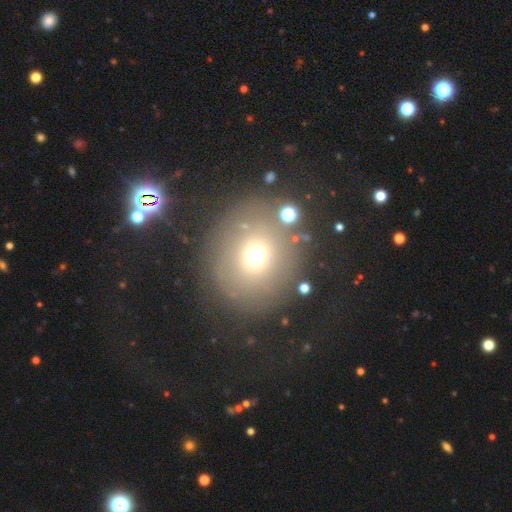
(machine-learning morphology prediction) Smooth or featured? Predicted: smooth (p=0.62). How rounded? Predicted: round (p=0.86). Merging? Predicted: none (p=0.76).